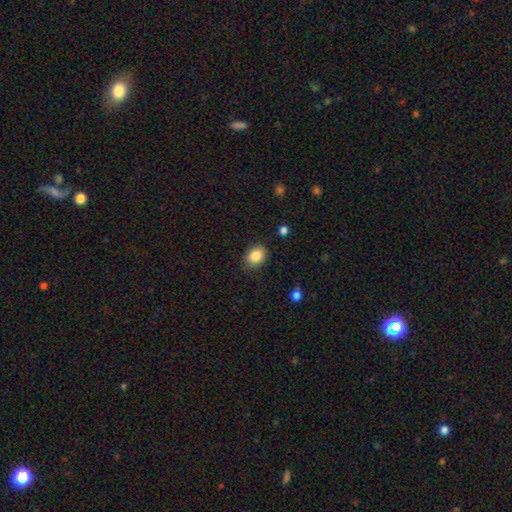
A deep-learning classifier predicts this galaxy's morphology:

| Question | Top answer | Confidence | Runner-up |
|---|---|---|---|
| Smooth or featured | smooth | 86% | star or artifact (9%) |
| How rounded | in between | 54% | round (45%) |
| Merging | none | 88% | minor disturbance (9%) |